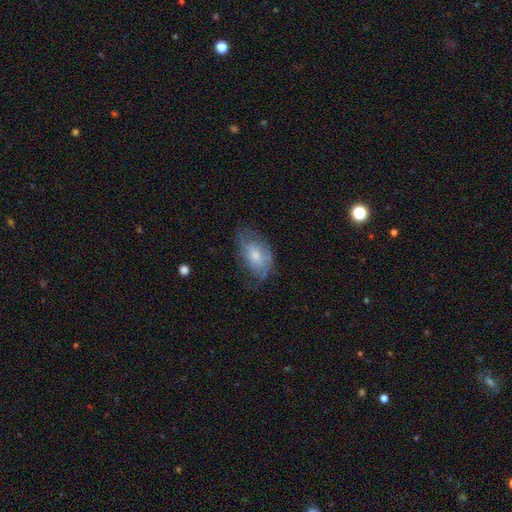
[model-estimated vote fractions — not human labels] Morphology: type=smooth (52%); roundness=in between (89%); merging=none (50%).